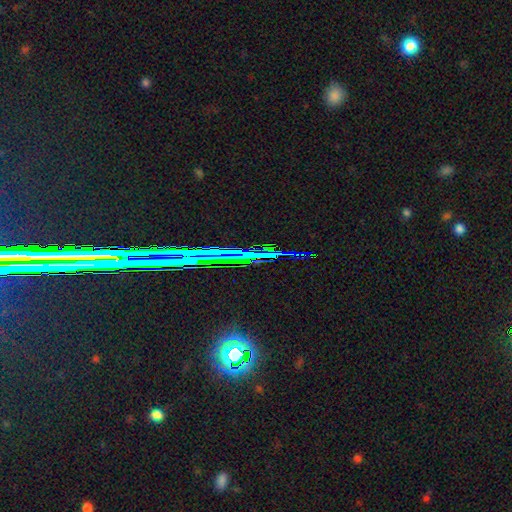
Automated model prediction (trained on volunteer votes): Smooth or featured? star or artifact (74%)